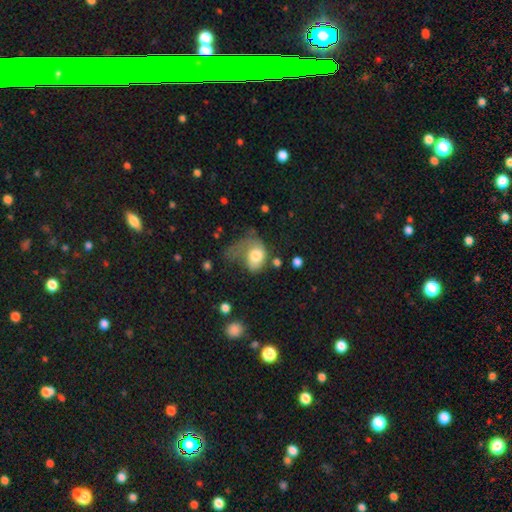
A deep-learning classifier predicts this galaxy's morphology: type=smooth (68%); roundness=in between (70%); merging=major disturbance (58%).